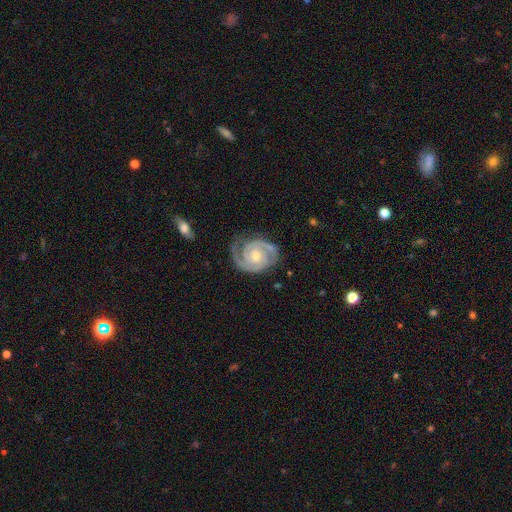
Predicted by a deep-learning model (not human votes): Smooth or featured? featured or disk (91%)
Edge-on disk? no (98%)
Bar? no (62%)
Spiral arms? yes (98%)
Spiral winding? tight (65%)
Spiral arm count? 2 (79%)
Bulge size? moderate (50%)
Merging? none (72%)